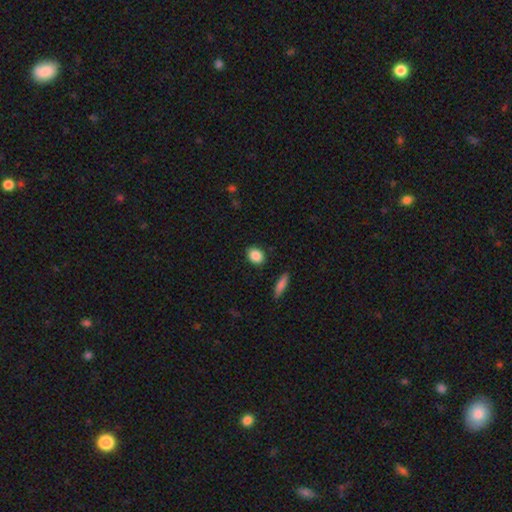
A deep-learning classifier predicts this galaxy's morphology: This is clearly a smooth galaxy (87%). How rounded: possibly in between (55%). Merging: clearly none (88%).